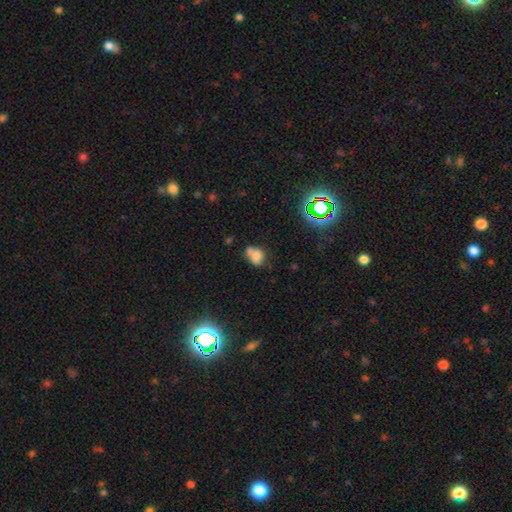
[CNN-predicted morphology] Q: Smooth or featured?
A: smooth (69%); runner-up: featured or disk (17%)
Q: How rounded?
A: in between (51%); runner-up: round (48%)
Q: Merging?
A: none (37%); runner-up: merger (34%)